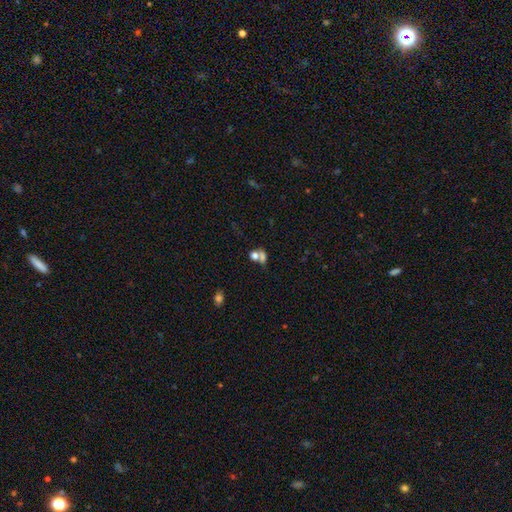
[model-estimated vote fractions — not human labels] Morphology: type=smooth (66%); roundness=round (56%); merging=merger (47%).